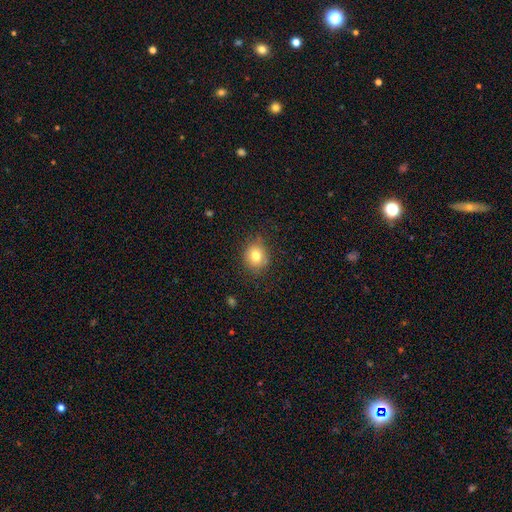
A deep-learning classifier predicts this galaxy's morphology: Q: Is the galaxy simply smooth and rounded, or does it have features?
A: smooth — 79%.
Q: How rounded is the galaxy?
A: round — 80%.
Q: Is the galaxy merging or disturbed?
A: none — 83%.